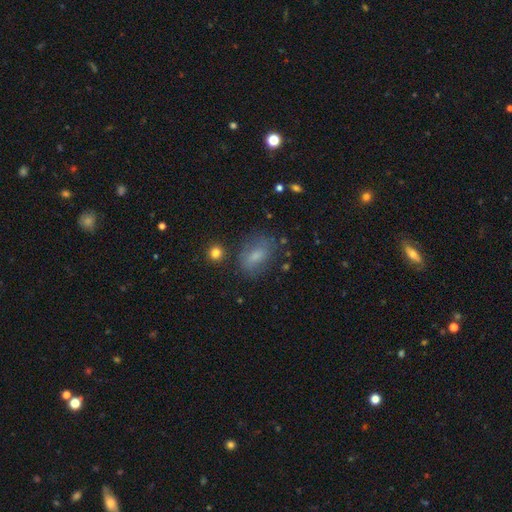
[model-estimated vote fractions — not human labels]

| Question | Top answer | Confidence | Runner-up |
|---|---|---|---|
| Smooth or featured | smooth | 70% | featured or disk (18%) |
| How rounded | in between | 81% | round (15%) |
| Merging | none | 69% | minor disturbance (20%) |